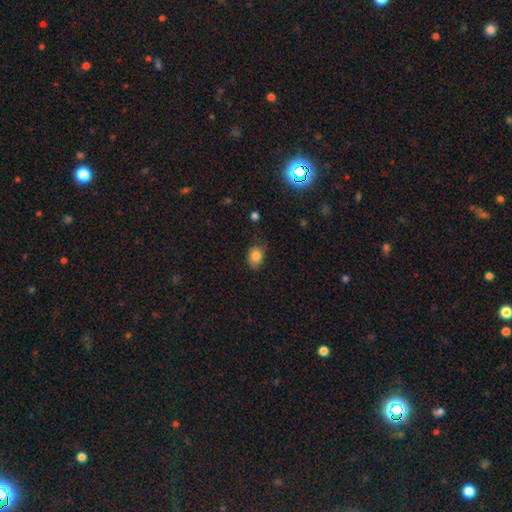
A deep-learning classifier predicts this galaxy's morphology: Smooth or featured? Predicted: smooth (p=0.83). How rounded? Predicted: in between (p=0.63). Merging? Predicted: none (p=0.73).